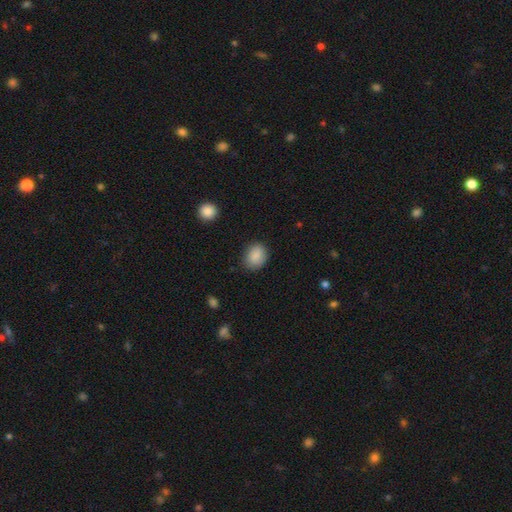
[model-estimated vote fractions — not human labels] Smooth or featured? Predicted: smooth (p=0.88). How rounded? Predicted: in between (p=0.51). Merging? Predicted: none (p=0.80).